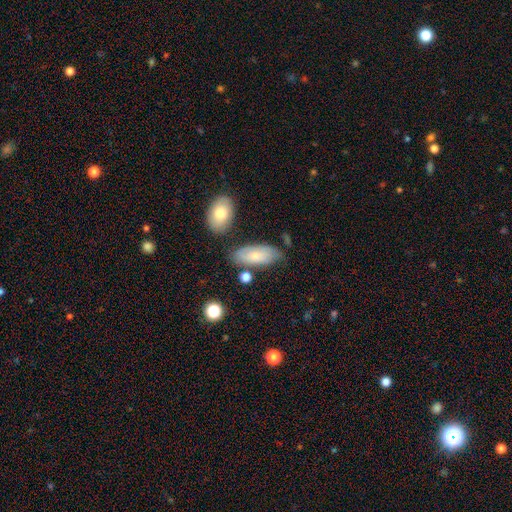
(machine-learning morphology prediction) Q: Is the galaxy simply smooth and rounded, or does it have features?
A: smooth — 69%.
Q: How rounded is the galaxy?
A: in between — 88%.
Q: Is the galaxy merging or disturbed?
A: none — 68%.